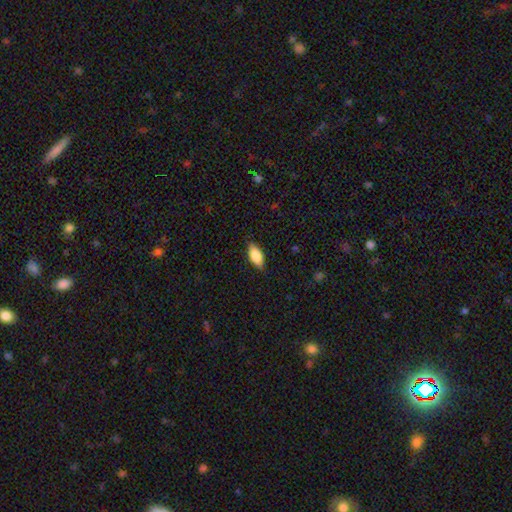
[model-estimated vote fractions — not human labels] A smooth galaxy with no disk features (82%) that is in between round and cigar-shaped (87%).

Vote fractions:
- Smooth or featured? smooth: 82% / featured or disk: 11% / star or artifact: 6%
- How rounded? in between: 87% / cigar-shaped: 11% / round: 3%
- Merging? none: 86% / minor disturbance: 11% / major disturbance: 2% / merger: 1%